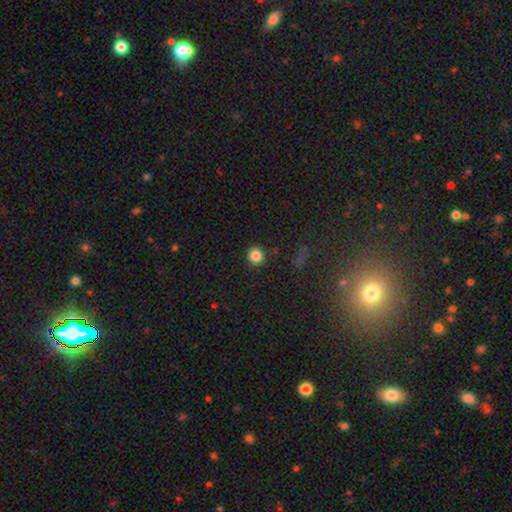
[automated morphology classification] type=smooth (84%); roundness=round (95%); merging=none (92%).